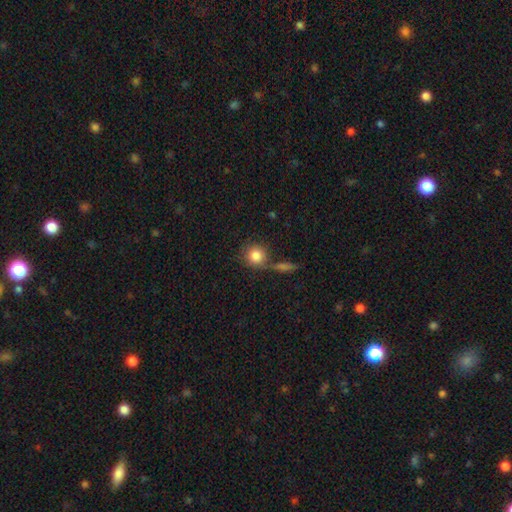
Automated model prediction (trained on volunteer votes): Morphology: type=smooth (83%); roundness=round (89%); merging=none (63%).